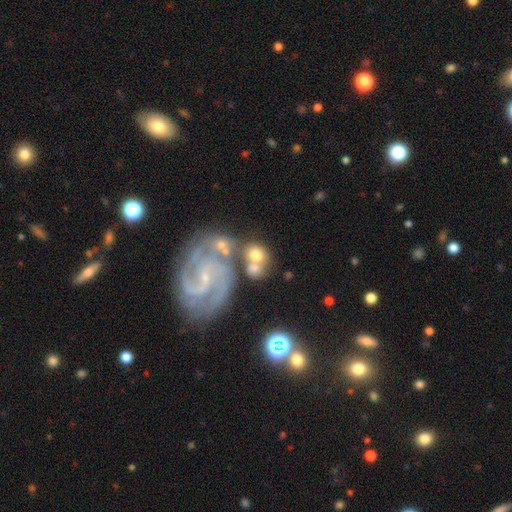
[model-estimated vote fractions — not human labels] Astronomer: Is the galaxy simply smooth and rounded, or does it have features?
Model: smooth — 53% (runner-up: featured or disk, 38%).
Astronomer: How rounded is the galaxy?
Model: round — 64%.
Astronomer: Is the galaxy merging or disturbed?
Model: none — 43% (runner-up: merger, 35%).